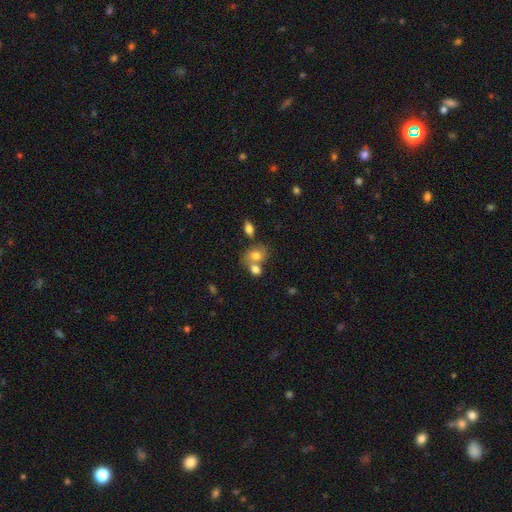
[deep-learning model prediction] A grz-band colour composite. It shows a smooth galaxy with no disk features (77%) that is in between round and cigar-shaped (63%). Merging: merger (46%).